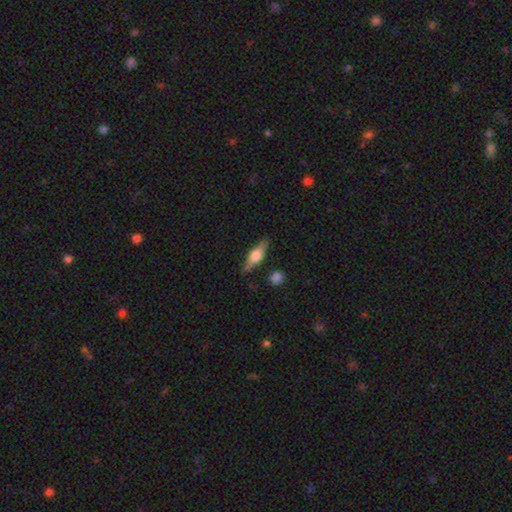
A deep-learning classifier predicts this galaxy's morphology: featured or disk 54%, smooth 40%, star or artifact 7%. Down the decision tree: edge-on disk — yes (93%); merging — none (83%).